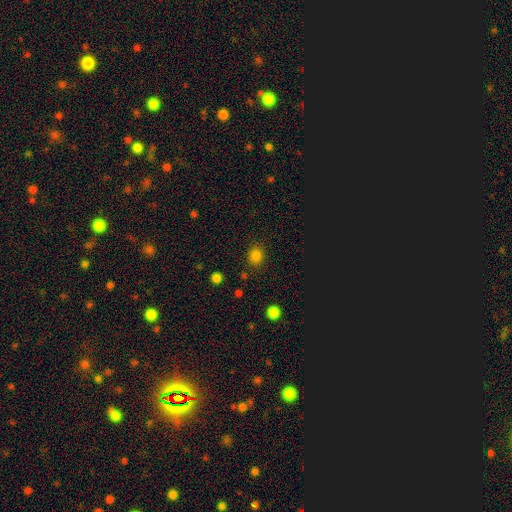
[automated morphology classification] This appears to be a smooth galaxy with no disk features (81%) that is round (69%). Merging: none (86%).